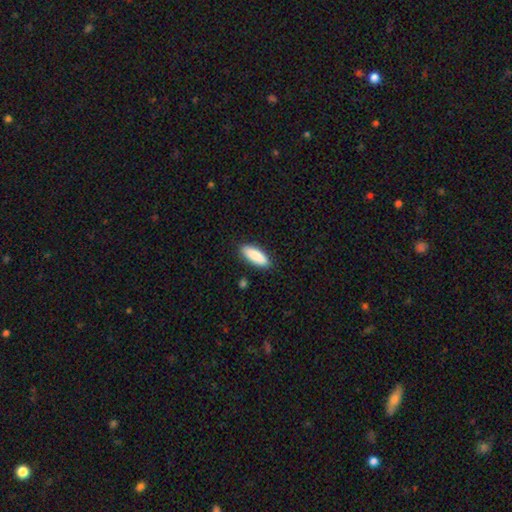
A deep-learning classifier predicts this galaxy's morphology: This appears to be a smooth galaxy with no disk features (89%) that is in between round and cigar-shaped (61%). Merging: none (89%).